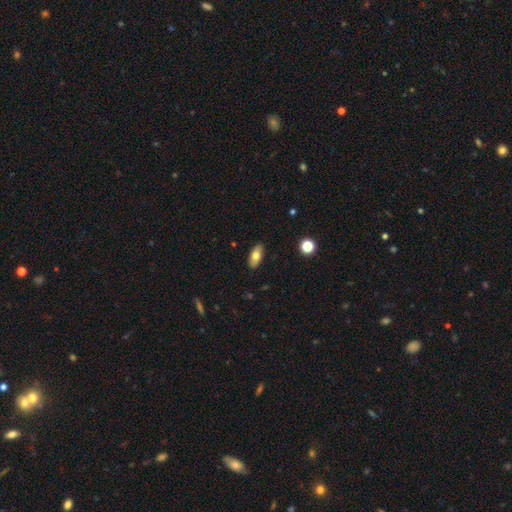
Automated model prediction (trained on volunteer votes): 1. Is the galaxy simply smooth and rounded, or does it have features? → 74% smooth, 19% featured or disk, 7% star or artifact.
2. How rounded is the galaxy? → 87% in between, 9% cigar-shaped, 3% round.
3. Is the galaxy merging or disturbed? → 88% none, 9% minor disturbance, 2% major disturbance, 1% merger.